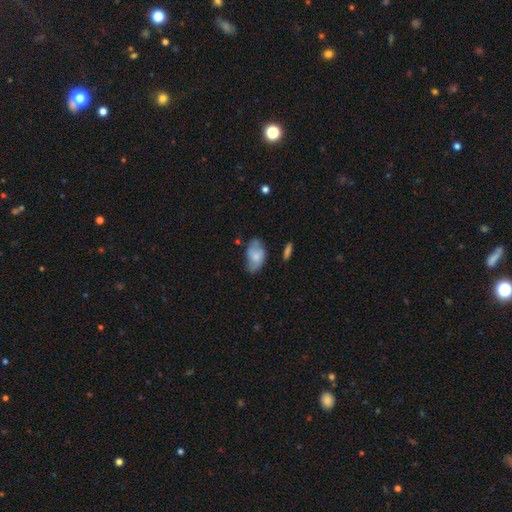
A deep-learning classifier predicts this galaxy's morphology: type=smooth (61%); roundness=in between (90%); merging=none (53%).